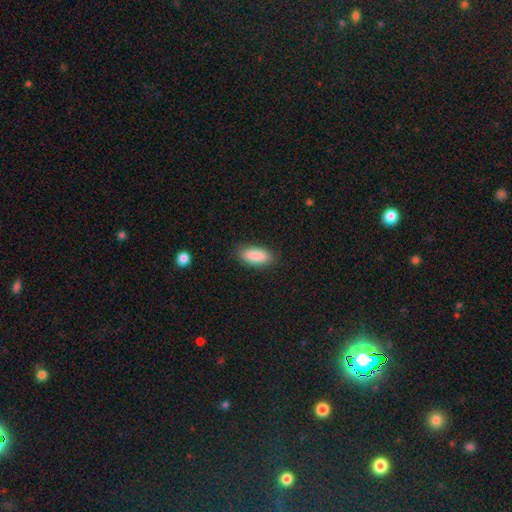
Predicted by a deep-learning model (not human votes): Q: Smooth or featured?
A: smooth (89%); runner-up: star or artifact (6%)
Q: How rounded?
A: in between (88%); runner-up: cigar-shaped (10%)
Q: Merging?
A: none (87%); runner-up: minor disturbance (10%)